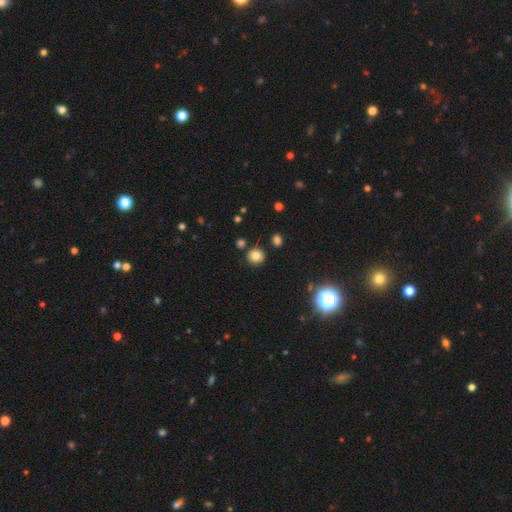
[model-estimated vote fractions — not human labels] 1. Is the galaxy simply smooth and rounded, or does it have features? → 80% smooth, 13% star or artifact, 6% featured or disk.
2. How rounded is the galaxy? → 88% round, 11% in between, 1% cigar-shaped.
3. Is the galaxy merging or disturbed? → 85% none, 8% minor disturbance, 4% merger, 2% major disturbance.